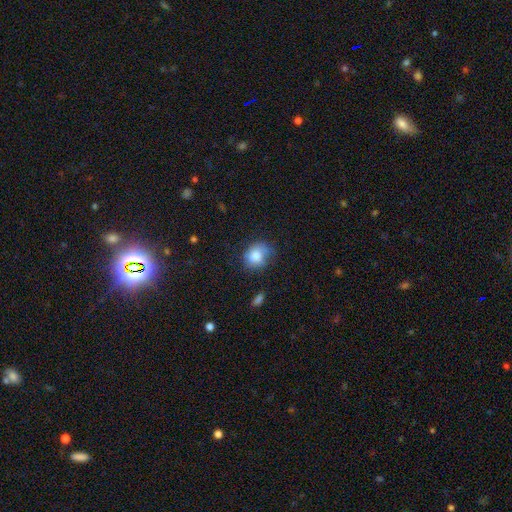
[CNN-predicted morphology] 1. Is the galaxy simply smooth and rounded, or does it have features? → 79% smooth, 12% featured or disk, 8% star or artifact.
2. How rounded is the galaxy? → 53% round, 46% in between, 1% cigar-shaped.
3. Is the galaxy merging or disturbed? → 58% none, 29% minor disturbance, 10% major disturbance, 3% merger.